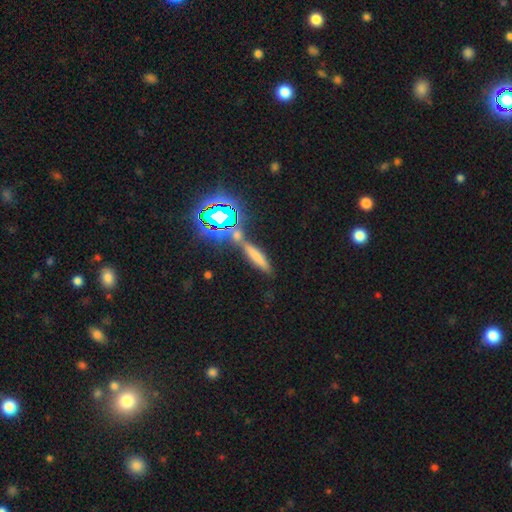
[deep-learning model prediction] Smooth or featured? Predicted: smooth (p=0.59). How rounded? Predicted: cigar-shaped (p=0.78). Merging? Predicted: none (p=0.66).